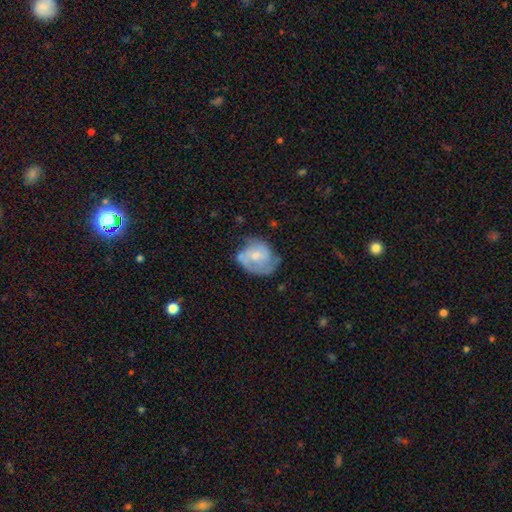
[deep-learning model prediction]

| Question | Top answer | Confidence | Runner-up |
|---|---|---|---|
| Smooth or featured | featured or disk | 59% | smooth (35%) |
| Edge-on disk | no | 97% | yes (3%) |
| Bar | no | 68% | weak (28%) |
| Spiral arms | yes | 77% | no (23%) |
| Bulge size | small | 46% | moderate (45%) |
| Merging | none | 47% | minor disturbance (32%) |